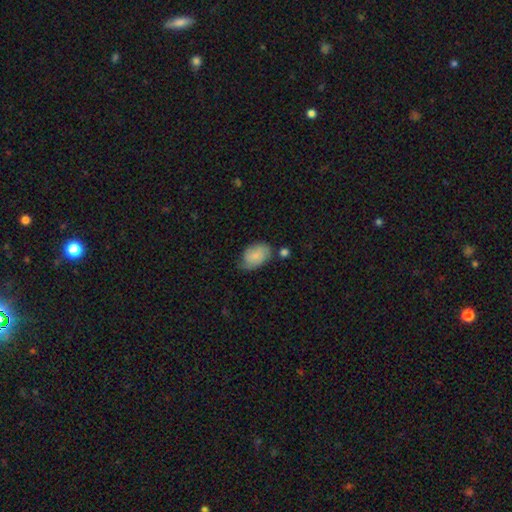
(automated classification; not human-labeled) Overall: smooth (70%). How rounded: in between (88%). Merging: none (52%; minor disturbance 32%).